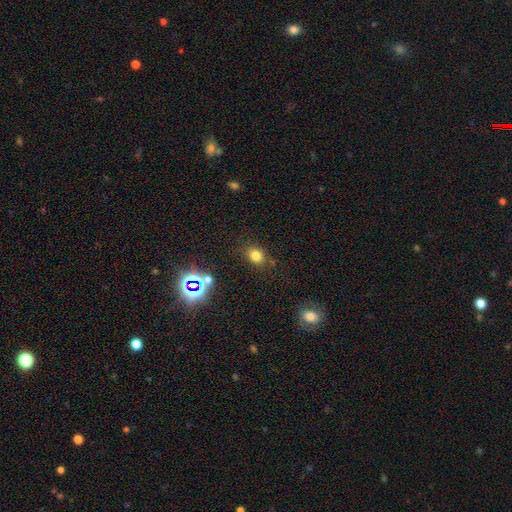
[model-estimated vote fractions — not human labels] This appears to be a smooth galaxy with no disk features (76%) that is round (53%). Merging: none (80%).